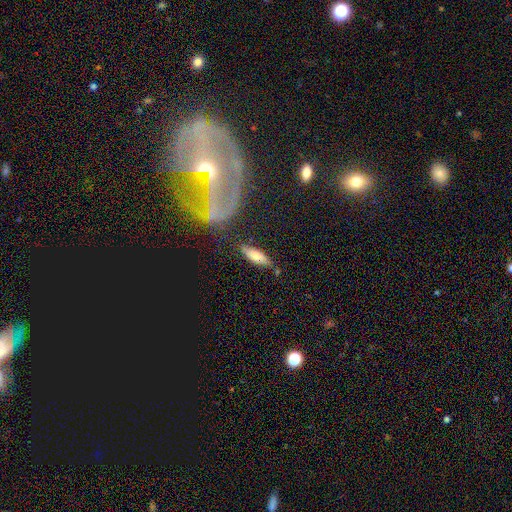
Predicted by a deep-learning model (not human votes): Smooth or featured? Predicted: smooth (p=0.62). How rounded? Predicted: in between (p=0.51). Merging? Predicted: none (p=0.74).